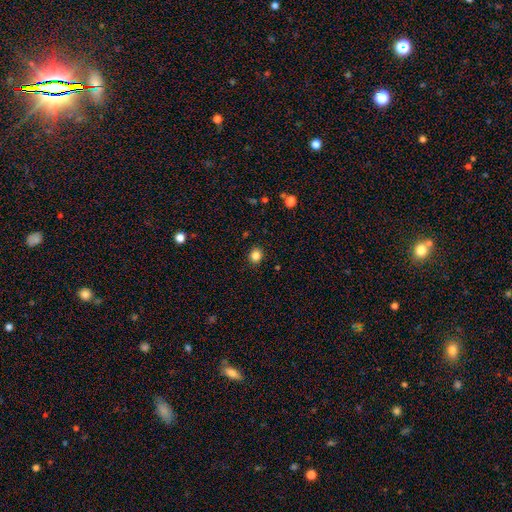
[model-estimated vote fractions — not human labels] smooth 84%, star or artifact 11%, featured or disk 4%. Down the decision tree: how rounded — round (77%); merging — none (91%).